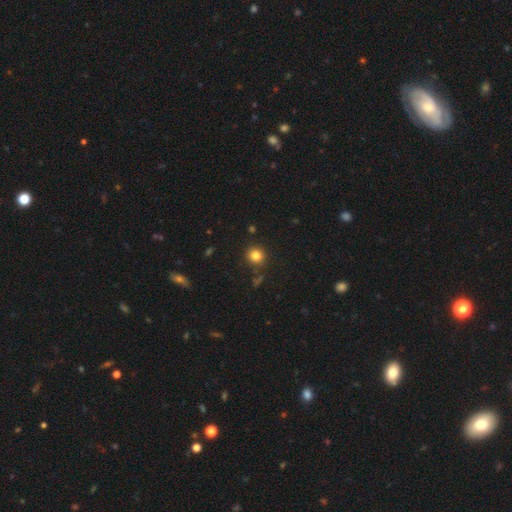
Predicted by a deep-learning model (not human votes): This appears to be a smooth galaxy with no disk features (82%) that is round (91%). Merging: none (87%).